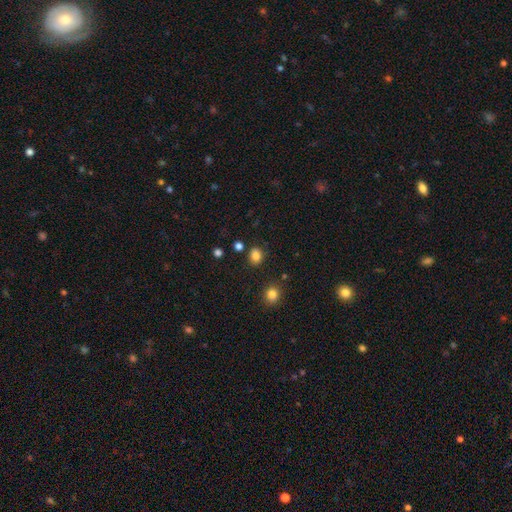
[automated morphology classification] A smooth galaxy with no disk features (83%) that is round (59%). Merging: none (83%).